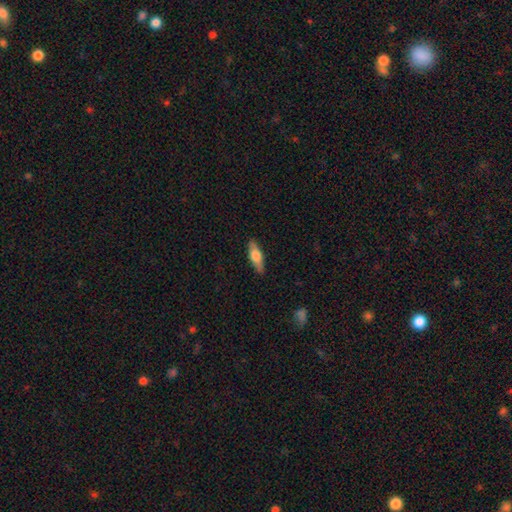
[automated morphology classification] type=smooth (59%); roundness=in between (50%); merging=none (87%).